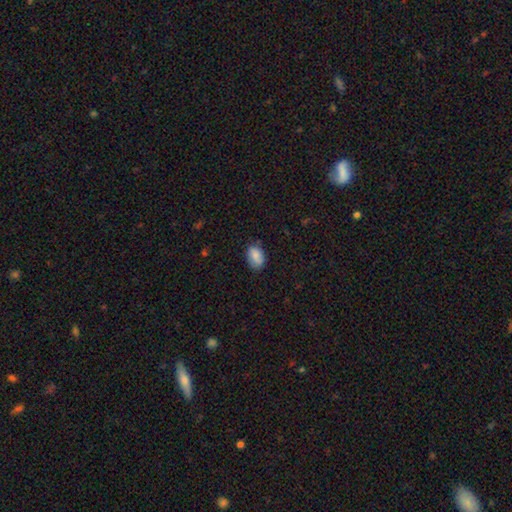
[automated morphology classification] smooth-or-featured: smooth: 84% | featured or disk: 8% | star or artifact: 7%
  how-rounded: in between: 87% | round: 12% | cigar-shaped: 1%
  merging: none: 72% | minor disturbance: 22% | major disturbance: 4% | merger: 1%